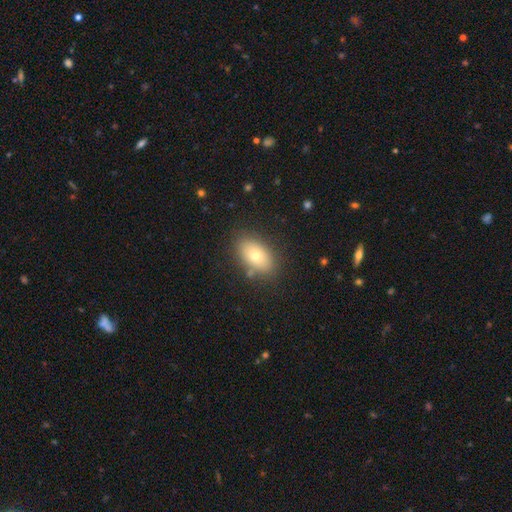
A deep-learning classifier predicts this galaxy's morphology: Smooth or featured: smooth — 72% (featured or disk — 19%)
How rounded: in between — 88% (round — 10%)
Merging: none — 83% (minor disturbance — 11%)